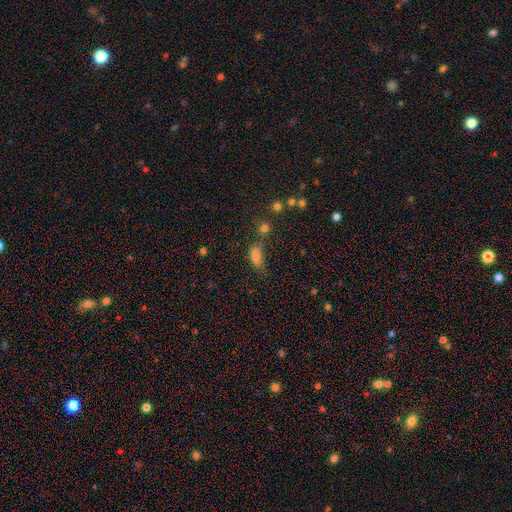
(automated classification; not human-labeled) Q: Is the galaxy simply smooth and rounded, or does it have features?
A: smooth — 67%.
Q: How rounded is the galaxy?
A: in between — 73%.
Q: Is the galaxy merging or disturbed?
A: none — 45%.